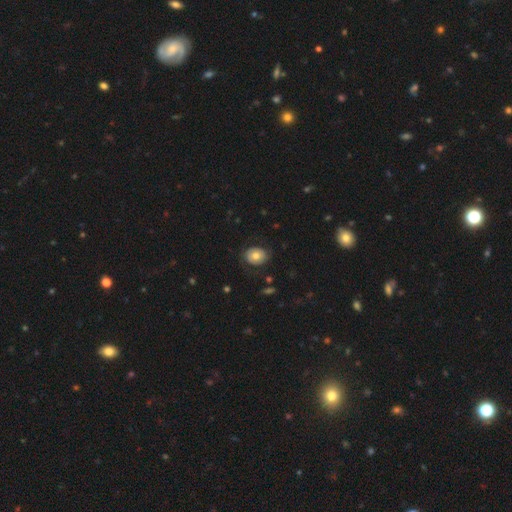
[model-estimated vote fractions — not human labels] Overall: smooth (68%). How rounded: round (52%; in between 47%). Merging: none (79%).